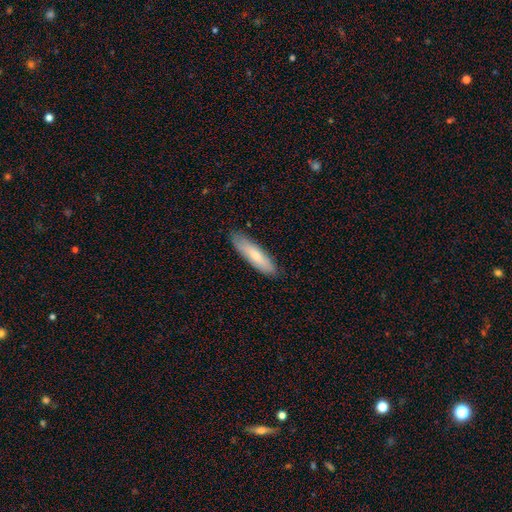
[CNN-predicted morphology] Smooth or featured?
  - smooth: 72% *
  - featured or disk: 22%
  - star or artifact: 6%
How rounded?
  - cigar-shaped: 70% *
  - in between: 28%
  - round: 1%
Merging?
  - none: 85% *
  - minor disturbance: 12%
  - major disturbance: 2%
  - merger: 1%